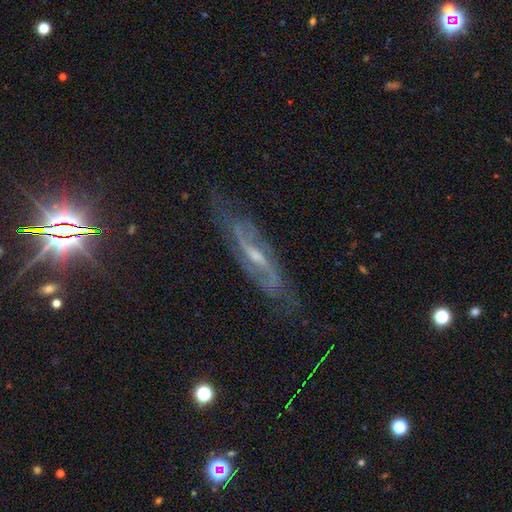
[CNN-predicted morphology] This is clearly a featured or disk galaxy (81%). It is likely not viewed edge-on (73%). Bar: possibly weak (47%). Spiral arm pattern: clearly yes (93%). Spiral arm count: clearly 2 (81%). Spiral winding: marginally medium (44%). Central bulge: likely small (61%). Merging: likely none (76%).